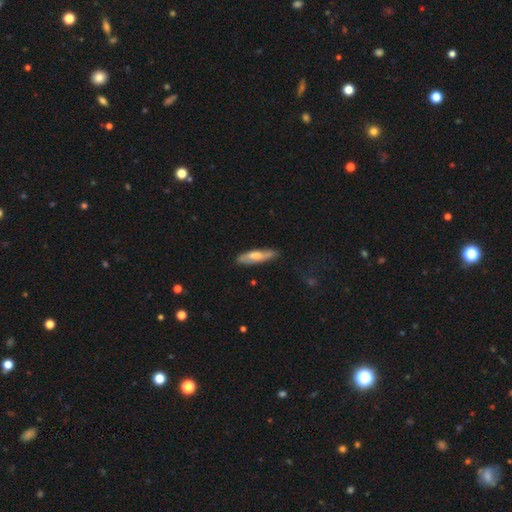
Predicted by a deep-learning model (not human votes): Smooth or featured: smooth — 55% (featured or disk — 39%)
How rounded: cigar-shaped — 70% (in between — 29%)
Merging: none — 72% (minor disturbance — 22%)